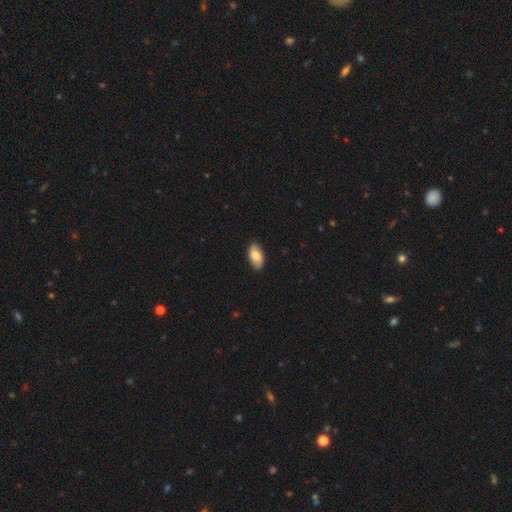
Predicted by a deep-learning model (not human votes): smooth 75%, featured or disk 19%, star or artifact 6%. Down the decision tree: how rounded — in between (94%); merging — none (87%).